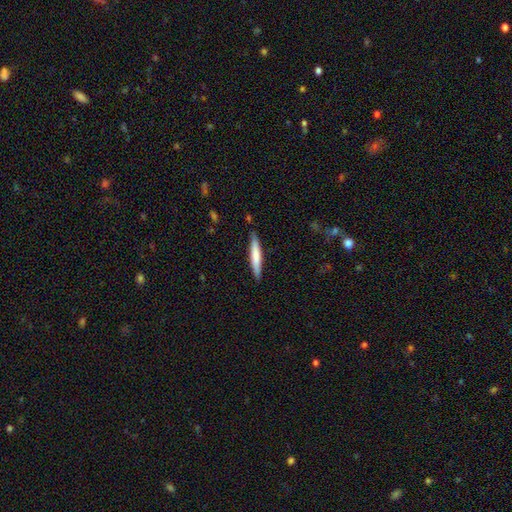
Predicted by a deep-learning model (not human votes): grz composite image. It shows a smooth galaxy with no disk features (67%) that is cigar-shaped (93%). Merging: none (87%).